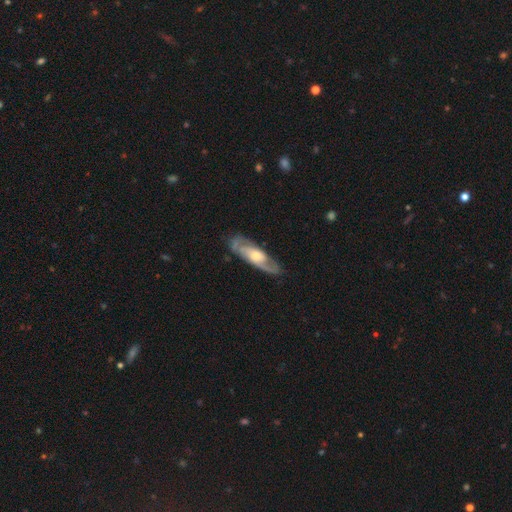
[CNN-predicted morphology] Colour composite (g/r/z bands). It shows a featured or disk galaxy (76%) with no bar (62%), 2 (77%) medium (47%) spiral arms (90%) and a moderate central bulge (54%). Merging: none (76%).